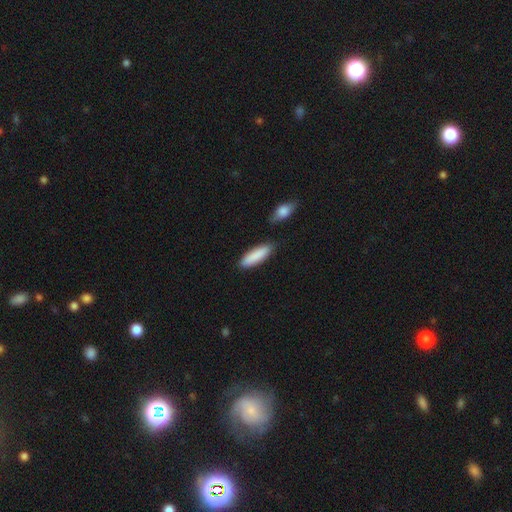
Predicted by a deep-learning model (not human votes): The model was most divided on "how rounded": cigar-shaped: 52%, in between: 46%, round: 2%. More confident: smooth or featured — smooth (88%); merging — none (81%).